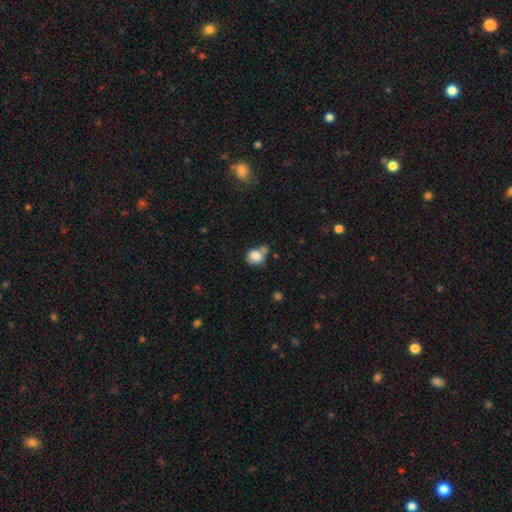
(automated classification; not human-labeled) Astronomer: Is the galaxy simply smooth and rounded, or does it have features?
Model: smooth — 84%.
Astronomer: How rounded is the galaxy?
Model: round — 74%.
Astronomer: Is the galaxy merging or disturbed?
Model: none — 50% (runner-up: merger, 25%).